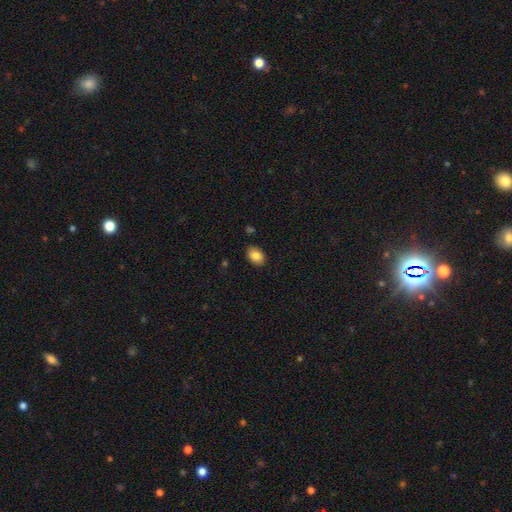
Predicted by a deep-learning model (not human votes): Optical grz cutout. It shows a smooth galaxy with no disk features (85%) that is in between round and cigar-shaped (83%). Merging: none (87%).